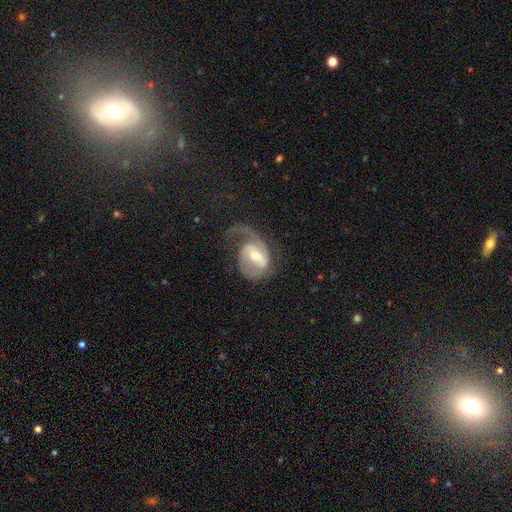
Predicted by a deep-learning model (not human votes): Smooth or featured? featured or disk (82%)
Edge-on disk? no (97%)
Bar? weak (51%)
Spiral arms? yes (93%)
Spiral winding? medium (43%)
Spiral arm count? 1 (50%)
Bulge size? moderate (59%)
Merging? major disturbance (40%)